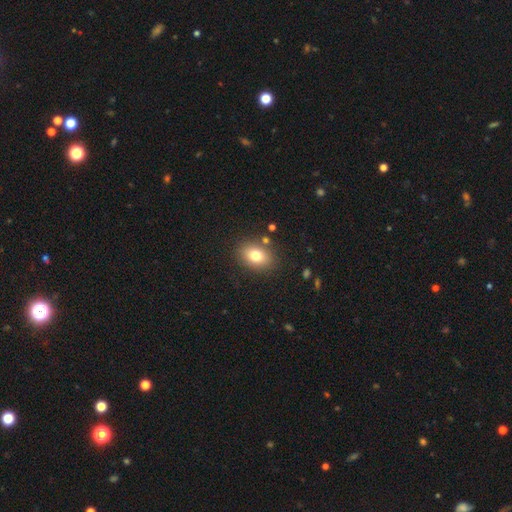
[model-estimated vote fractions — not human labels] The model was most divided on "how rounded": in between: 71%, round: 28%, cigar-shaped: 1%. More confident: merging — none (83%); smooth or featured — smooth (78%).